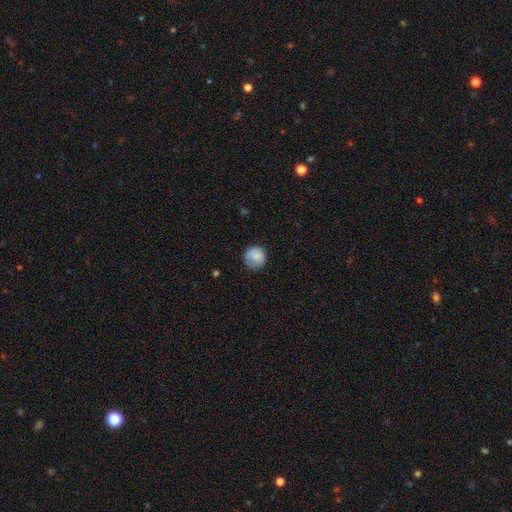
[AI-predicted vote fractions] Smooth or featured? Predicted: smooth (p=0.82). How rounded? Predicted: round (p=0.89). Merging? Predicted: none (p=0.71).